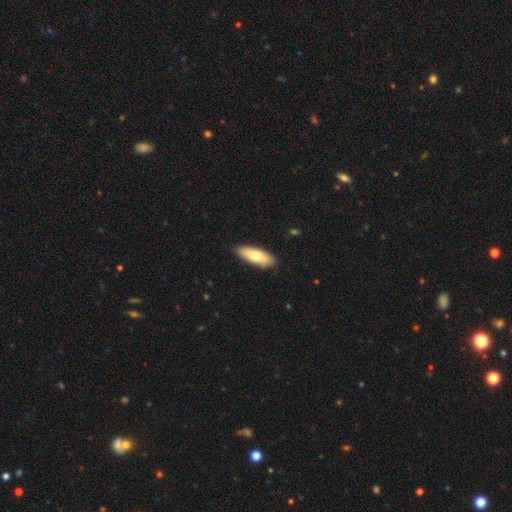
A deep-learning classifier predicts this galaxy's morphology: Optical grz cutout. It shows a smooth galaxy with no disk features (70%) that is in between round and cigar-shaped (69%). Merging: none (87%).